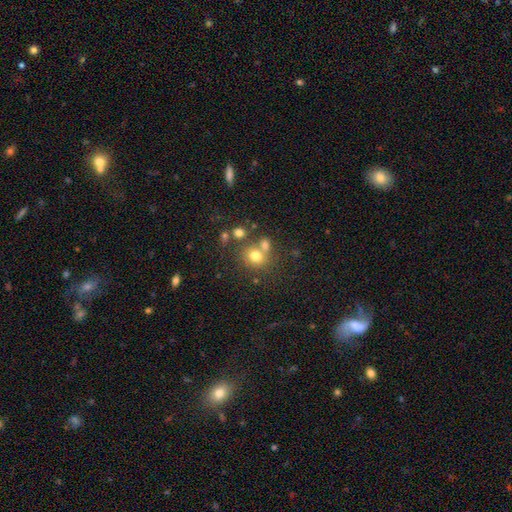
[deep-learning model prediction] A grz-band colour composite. It shows a smooth galaxy with no disk features (73%) that is round (75%). Merging: none (55%).